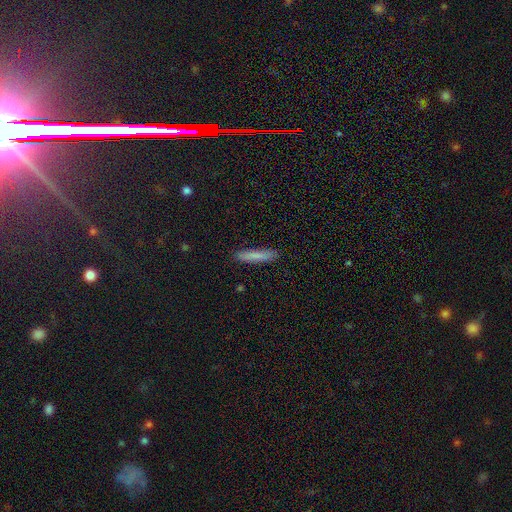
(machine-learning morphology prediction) Smooth or featured? Predicted: smooth (p=0.81). How rounded? Predicted: cigar-shaped (p=0.90). Merging? Predicted: none (p=0.90).